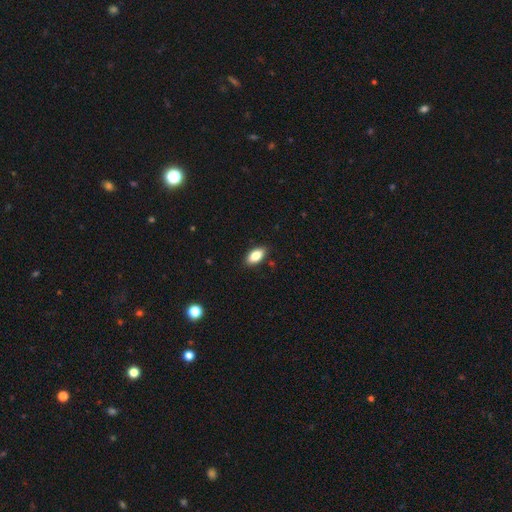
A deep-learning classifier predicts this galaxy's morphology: Overall: smooth (84%). How rounded: in between (91%). Merging: none (87%).